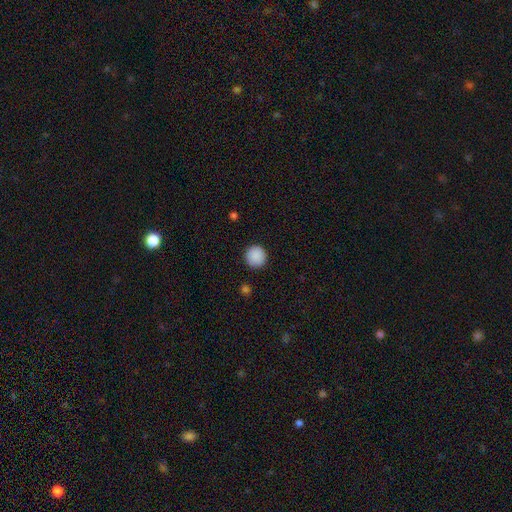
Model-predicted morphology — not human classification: Smooth or featured?
  - smooth: 90% *
  - star or artifact: 8%
  - featured or disk: 3%
How rounded?
  - round: 95% *
  - in between: 4%
  - cigar-shaped: 1%
Merging?
  - none: 91% *
  - minor disturbance: 6%
  - major disturbance: 2%
  - merger: 1%